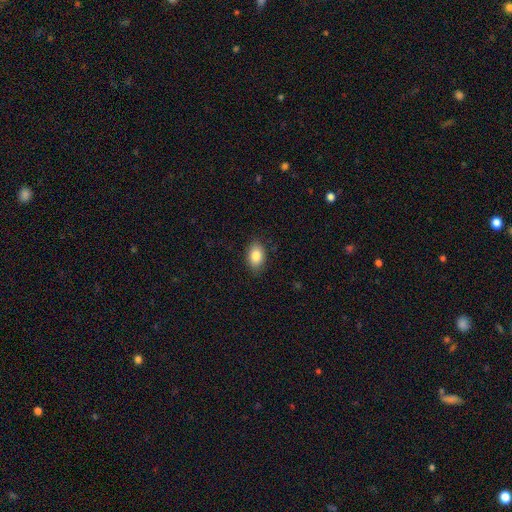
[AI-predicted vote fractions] Smooth or featured? smooth (84%)
How rounded? in between (86%)
Merging? none (86%)